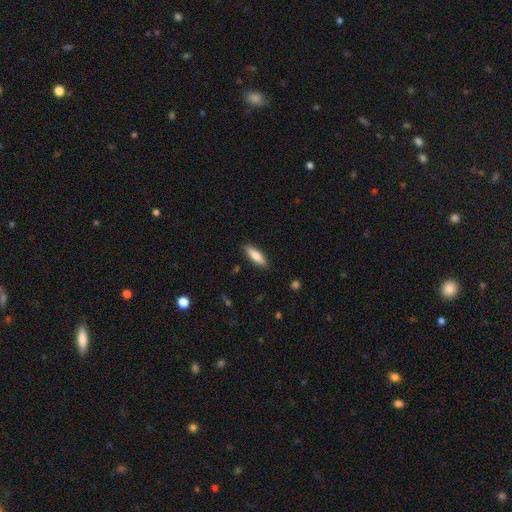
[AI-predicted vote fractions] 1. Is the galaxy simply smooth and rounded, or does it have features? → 81% smooth, 14% featured or disk, 6% star or artifact.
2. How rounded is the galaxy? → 52% cigar-shaped, 46% in between, 2% round.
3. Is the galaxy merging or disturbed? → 89% none, 8% minor disturbance, 2% major disturbance, 1% merger.